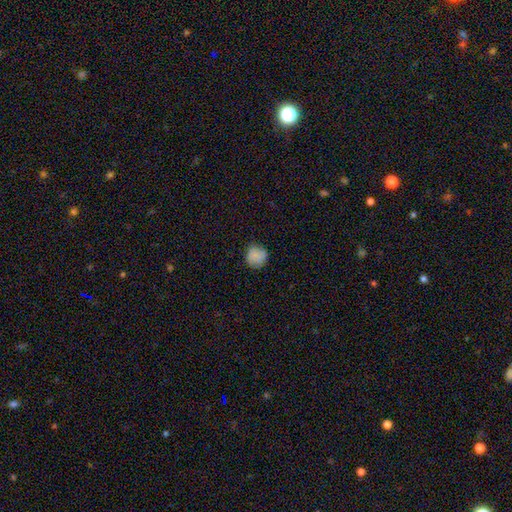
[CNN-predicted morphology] This appears to be a smooth galaxy with no disk features (85%) that is round (88%). Merging: none (80%).